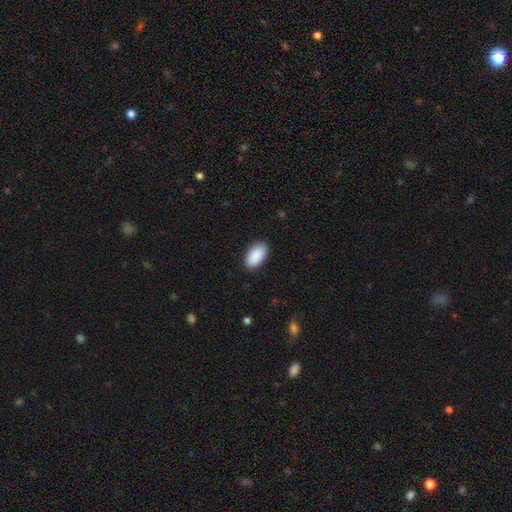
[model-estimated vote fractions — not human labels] The model was most divided on "merging": none: 89%, minor disturbance: 8%, major disturbance: 2%, merger: 1%. More confident: how rounded — in between (96%); smooth or featured — smooth (91%).